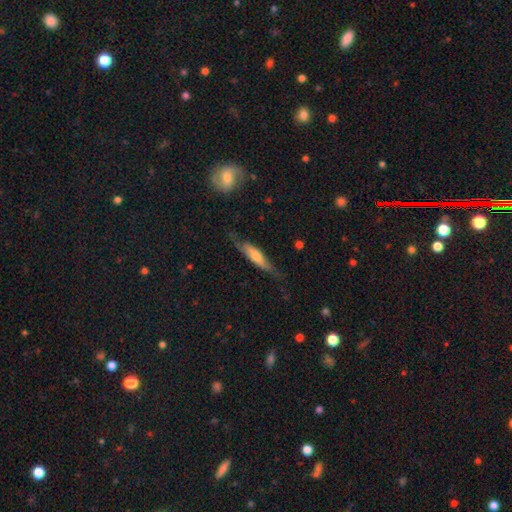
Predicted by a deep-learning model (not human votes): smooth-or-featured: featured or disk: 48% | smooth: 46% | star or artifact: 6%
  merging: none: 62% | minor disturbance: 25% | major disturbance: 11% | merger: 2%